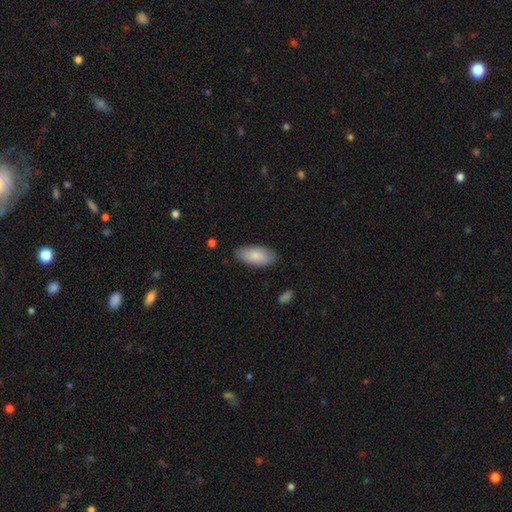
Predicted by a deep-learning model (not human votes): Q: Smooth or featured?
A: smooth (84%); runner-up: featured or disk (10%)
Q: How rounded?
A: in between (92%); runner-up: cigar-shaped (7%)
Q: Merging?
A: none (82%); runner-up: minor disturbance (14%)